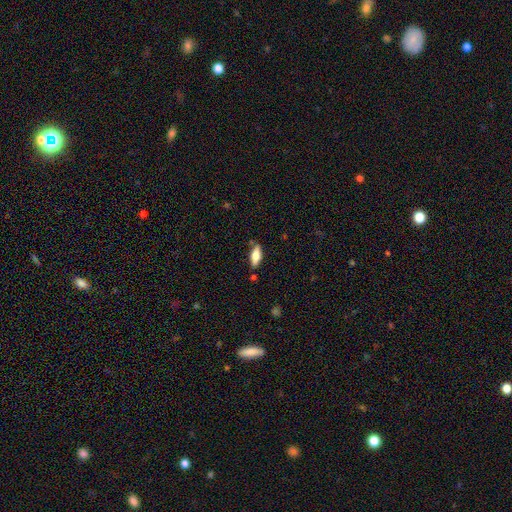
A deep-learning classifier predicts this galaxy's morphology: Smooth or featured? Predicted: smooth (p=0.67). How rounded? Predicted: in between (p=0.69). Merging? Predicted: none (p=0.78).